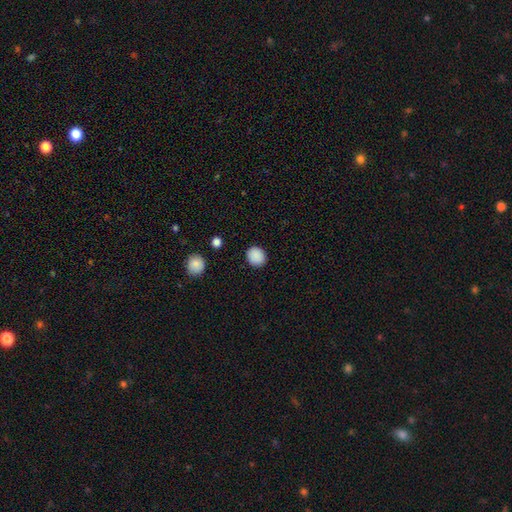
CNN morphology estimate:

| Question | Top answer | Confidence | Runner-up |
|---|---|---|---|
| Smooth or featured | smooth | 89% | star or artifact (9%) |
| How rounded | round | 75% | in between (24%) |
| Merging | none | 90% | minor disturbance (7%) |